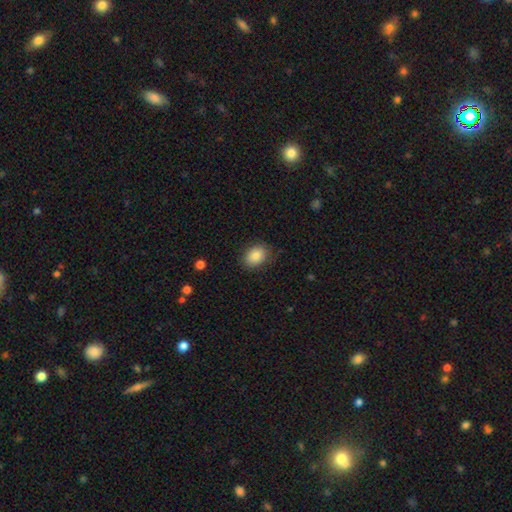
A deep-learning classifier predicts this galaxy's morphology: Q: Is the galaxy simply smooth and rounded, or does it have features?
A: smooth — 85%.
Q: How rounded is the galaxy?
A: in between — 73%.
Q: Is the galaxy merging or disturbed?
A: none — 82%.